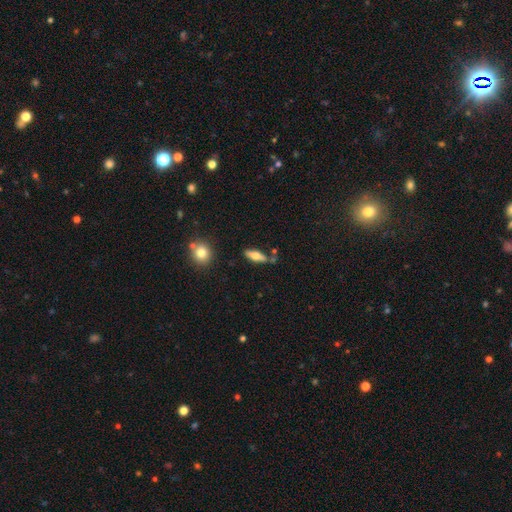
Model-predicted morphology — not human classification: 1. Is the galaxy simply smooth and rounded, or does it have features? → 57% smooth, 36% featured or disk, 7% star or artifact.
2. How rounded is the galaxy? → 56% in between, 41% cigar-shaped, 3% round.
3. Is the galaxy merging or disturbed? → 71% none, 15% minor disturbance, 10% merger, 4% major disturbance.